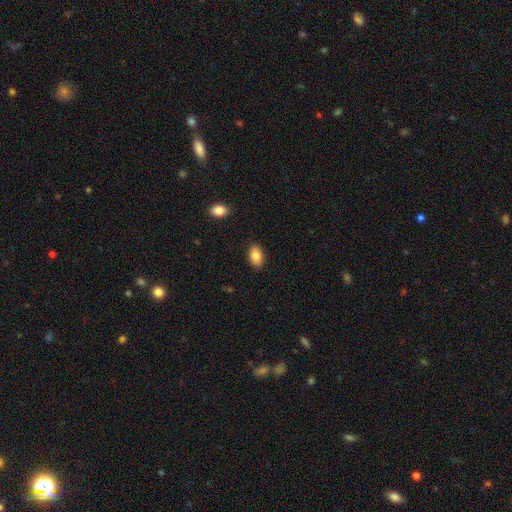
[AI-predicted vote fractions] Q: Smooth or featured?
A: smooth (87%); runner-up: star or artifact (7%)
Q: How rounded?
A: in between (92%); runner-up: round (6%)
Q: Merging?
A: none (87%); runner-up: minor disturbance (9%)